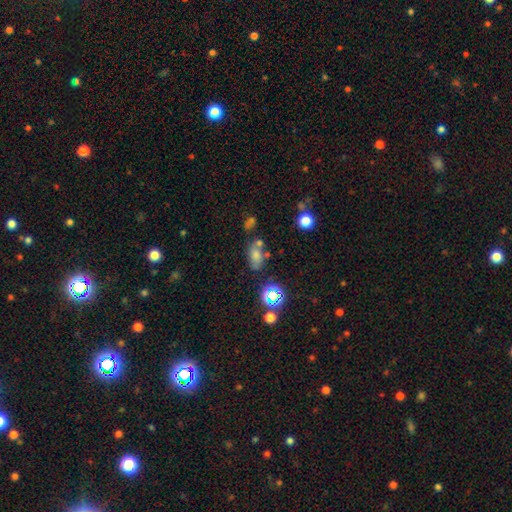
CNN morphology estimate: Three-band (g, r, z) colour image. It shows a smooth galaxy with no disk features (64%) that is in between round and cigar-shaped (82%). Merging: none (54%).